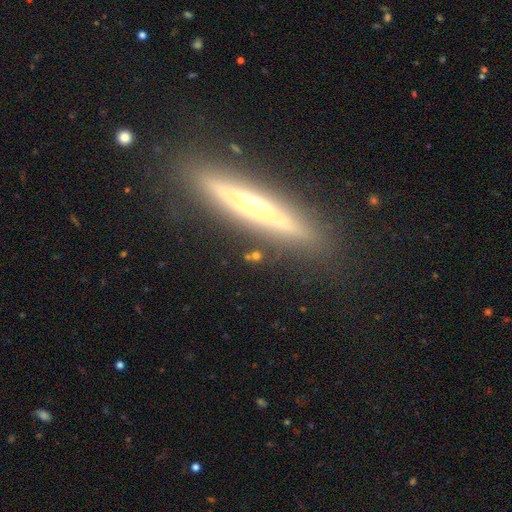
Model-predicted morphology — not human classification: A featured or disk galaxy (67%) viewed edge-on (82%) with a rounded central bulge (82%). Merging: none (83%).